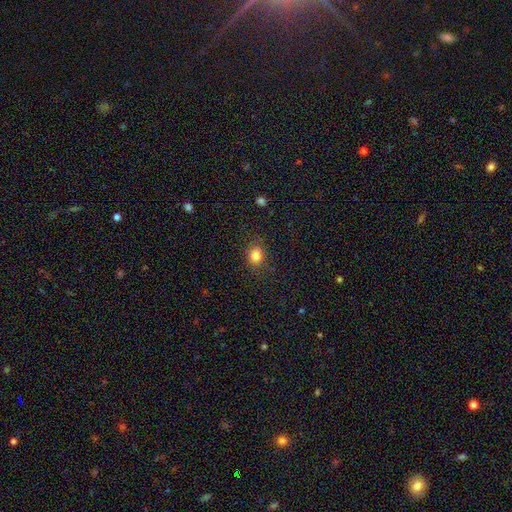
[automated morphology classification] The model was most divided on "how rounded": round: 53%, in between: 45%, cigar-shaped: 1%. More confident: merging — none (85%); smooth or featured — smooth (82%).